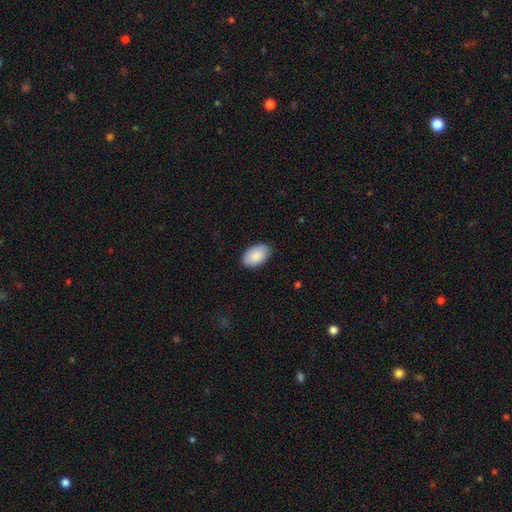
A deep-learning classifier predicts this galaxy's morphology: smooth-or-featured: smooth: 88% | featured or disk: 6% | star or artifact: 6%
  how-rounded: in between: 93% | round: 6% | cigar-shaped: 1%
  merging: none: 84% | minor disturbance: 13% | major disturbance: 2% | merger: 1%